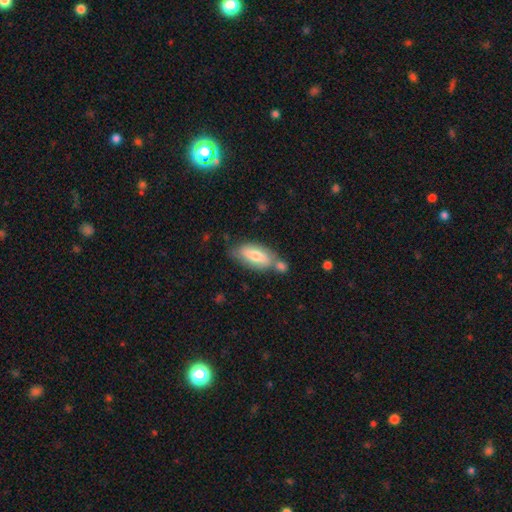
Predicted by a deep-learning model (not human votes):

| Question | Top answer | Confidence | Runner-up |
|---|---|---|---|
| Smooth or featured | smooth | 59% | featured or disk (34%) |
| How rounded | in between | 79% | cigar-shaped (19%) |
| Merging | none | 54% | merger (22%) |